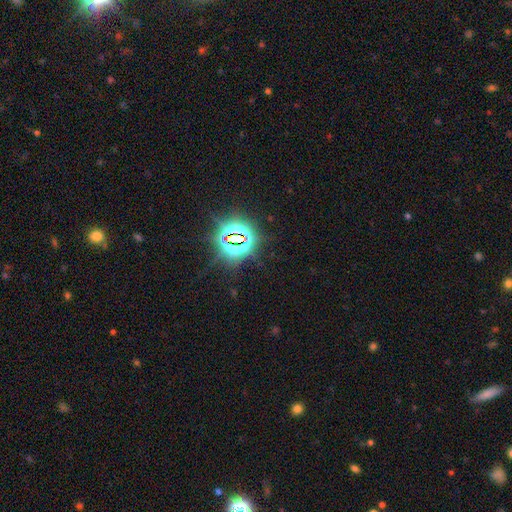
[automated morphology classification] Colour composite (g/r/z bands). It shows a star or artifact, not a galaxy (81%).